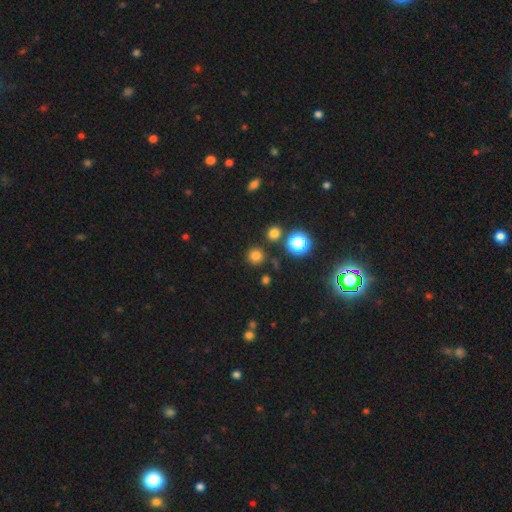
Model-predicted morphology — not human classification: smooth_or_featured: smooth (p=0.75) [alt: star or artifact p=0.21]
how_rounded: round (p=0.94) [alt: in between p=0.05]
merging: none (p=0.86) [alt: minor disturbance p=0.07]